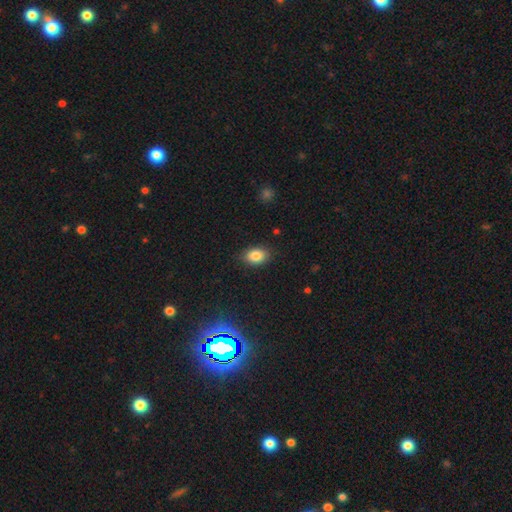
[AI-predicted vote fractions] smooth-or-featured: smooth: 85% | star or artifact: 9% | featured or disk: 6%
  how-rounded: in between: 81% | round: 17% | cigar-shaped: 1%
  merging: none: 84% | minor disturbance: 12% | major disturbance: 3% | merger: 1%